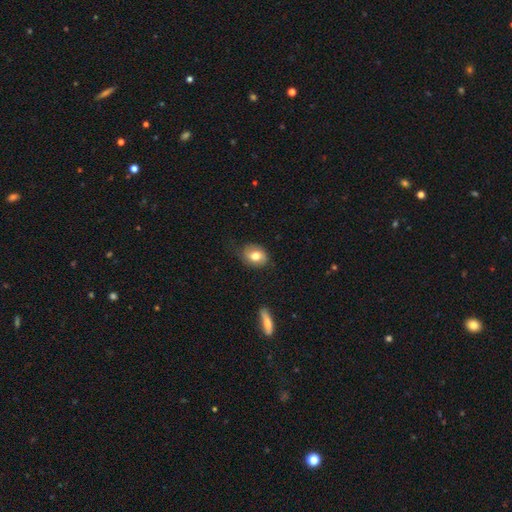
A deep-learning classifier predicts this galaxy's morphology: The model was most divided on "how rounded": in between: 54%, round: 45%, cigar-shaped: 1%. More confident: smooth or featured — smooth (75%); merging — none (74%).